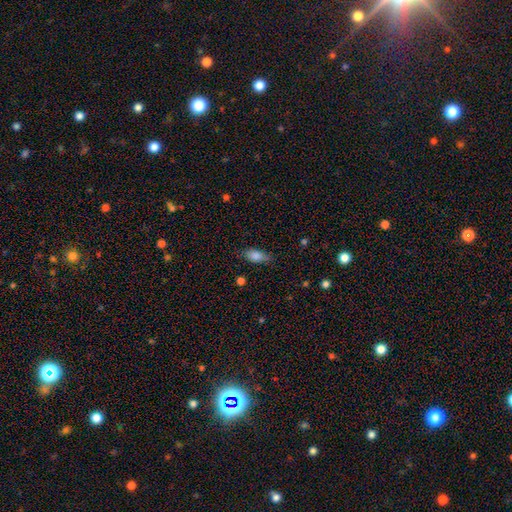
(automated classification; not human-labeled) smooth_or_featured: smooth (p=0.84) [alt: featured or disk p=0.08]
how_rounded: in between (p=0.84) [alt: cigar-shaped p=0.12]
merging: none (p=0.77) [alt: minor disturbance p=0.18]